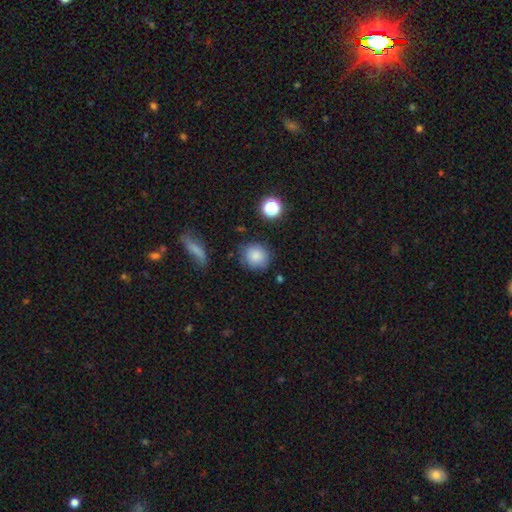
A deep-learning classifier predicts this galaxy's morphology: Q: Smooth or featured?
A: smooth (84%); runner-up: star or artifact (10%)
Q: How rounded?
A: round (82%); runner-up: in between (17%)
Q: Merging?
A: none (78%); runner-up: minor disturbance (15%)